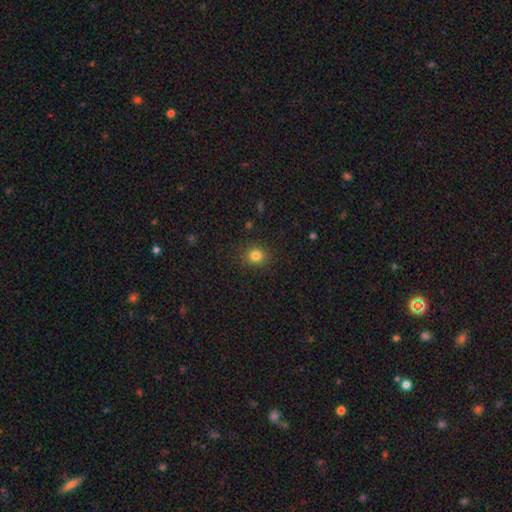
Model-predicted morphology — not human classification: smooth_or_featured: smooth (p=0.82) [alt: star or artifact p=0.12]
how_rounded: round (p=0.82) [alt: in between p=0.17]
merging: none (p=0.89) [alt: minor disturbance p=0.07]